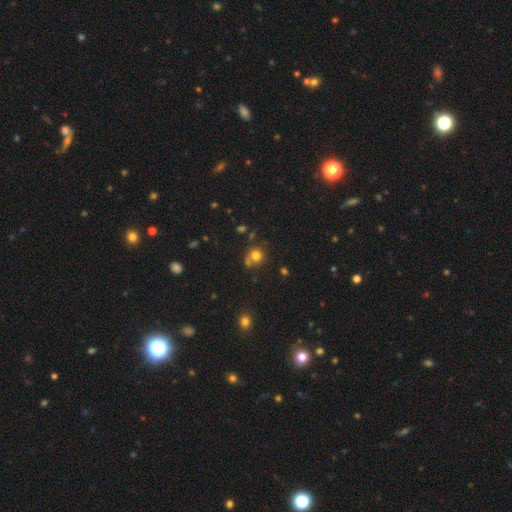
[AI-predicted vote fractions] Smooth or featured? smooth (76%)
How rounded? round (88%)
Merging? none (62%)